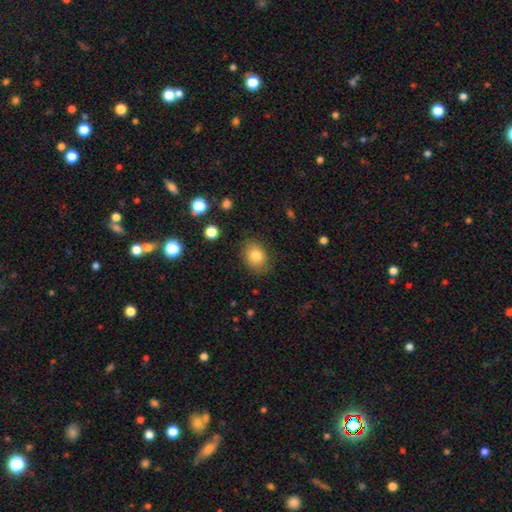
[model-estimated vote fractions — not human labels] Smooth or featured? Predicted: smooth (p=0.81). How rounded? Predicted: in between (p=0.62). Merging? Predicted: none (p=0.84).